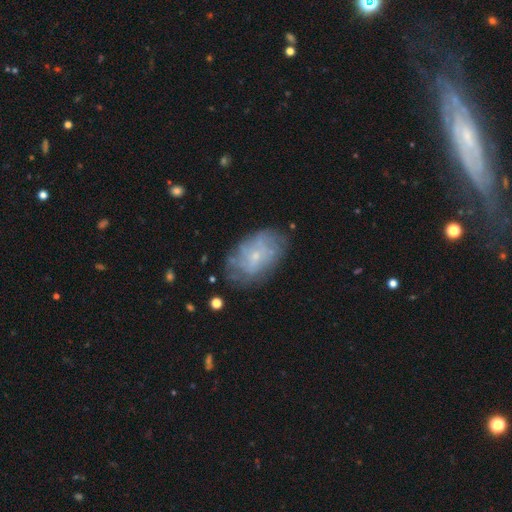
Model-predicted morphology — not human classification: Overall: featured or disk (58%; smooth 34%). Edge-on disk: no (96%). Bar: no (77%). Spiral arms: yes (61%; no 39%). Bulge size: small (79%). Merging: none (68%).